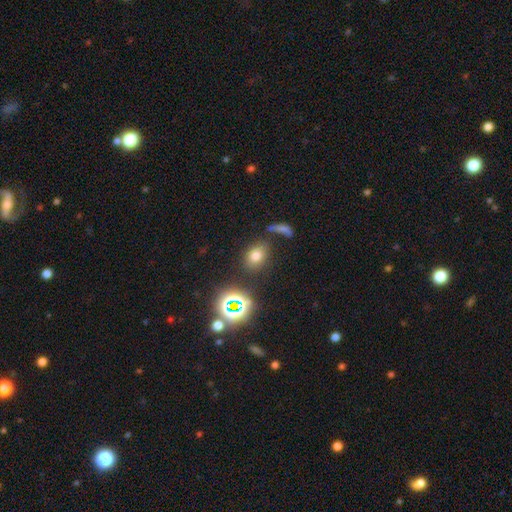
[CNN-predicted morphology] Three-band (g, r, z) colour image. It shows a smooth galaxy with no disk features (71%) that is in between round and cigar-shaped (64%). Merging: none (76%).